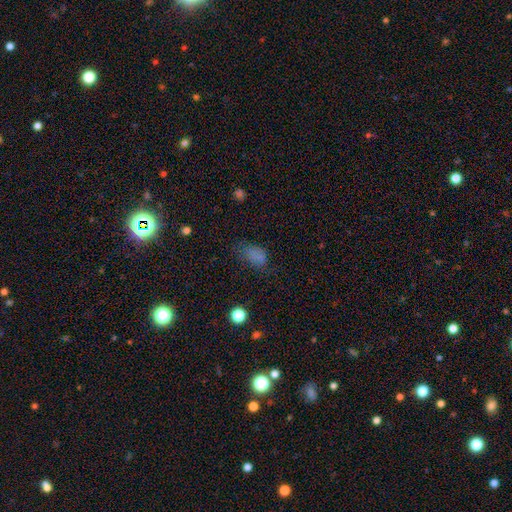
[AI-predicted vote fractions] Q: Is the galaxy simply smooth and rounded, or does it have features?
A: smooth — 73%.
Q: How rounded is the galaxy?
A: in between — 86%.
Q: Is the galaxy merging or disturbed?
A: none — 50%.